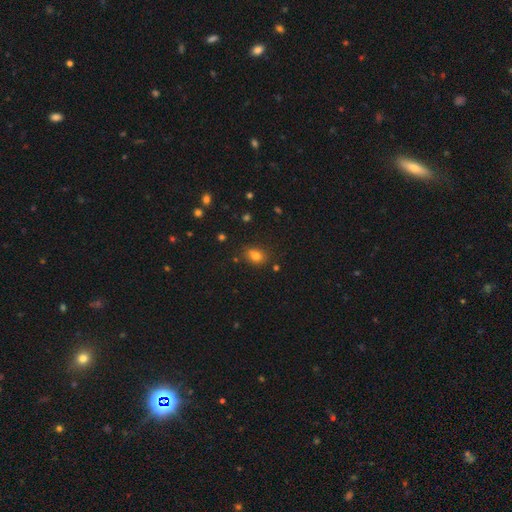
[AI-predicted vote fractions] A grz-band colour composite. It shows a smooth galaxy with no disk features (78%) that is in between round and cigar-shaped (65%). Merging: none (79%).